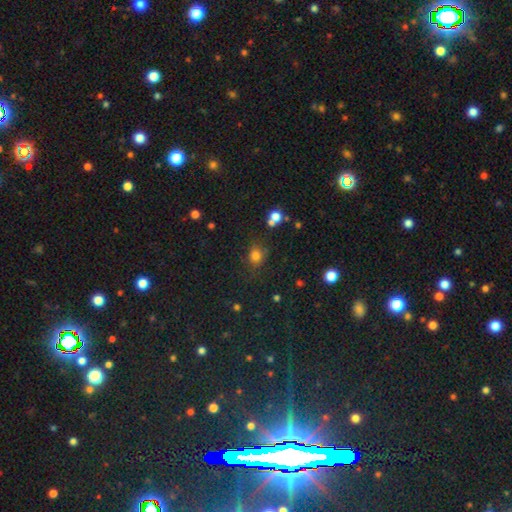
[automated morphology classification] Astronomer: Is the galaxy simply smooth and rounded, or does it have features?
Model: smooth — 75%.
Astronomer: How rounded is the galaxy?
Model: round — 77%.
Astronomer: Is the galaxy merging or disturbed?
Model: none — 74%.